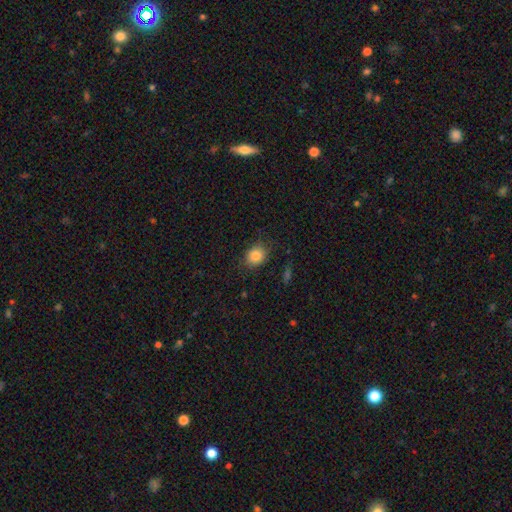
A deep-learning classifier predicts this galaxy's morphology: Overall: smooth (84%). How rounded: round (60%; in between 38%). Merging: none (78%).